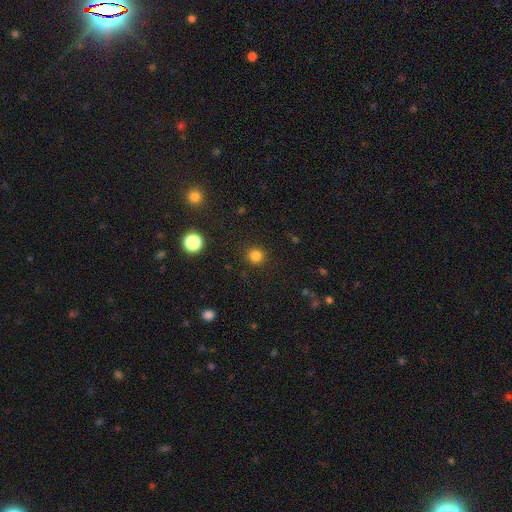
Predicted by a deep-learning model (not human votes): This appears to be a smooth galaxy with no disk features (82%) that is round (92%). Merging: none (91%).